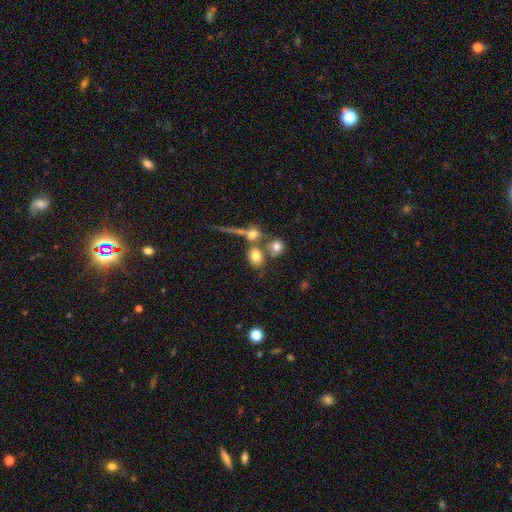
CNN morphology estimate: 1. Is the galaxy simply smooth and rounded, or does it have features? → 71% smooth, 16% featured or disk, 13% star or artifact.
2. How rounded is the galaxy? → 53% round, 43% in between, 3% cigar-shaped.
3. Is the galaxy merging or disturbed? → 44% none, 38% merger, 10% minor disturbance, 7% major disturbance.